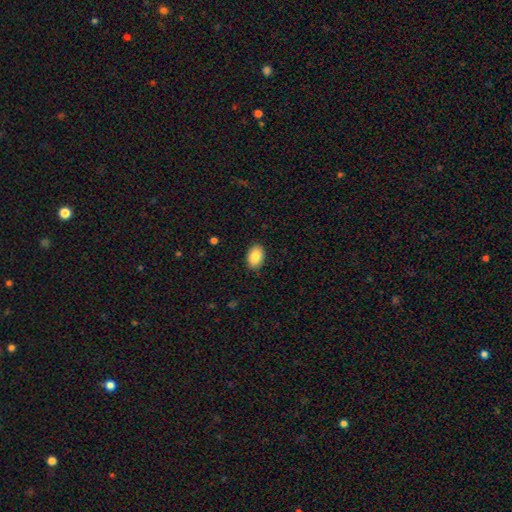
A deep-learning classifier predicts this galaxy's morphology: This is clearly a smooth galaxy (88%). How rounded: clearly in between (89%). Merging: clearly none (89%).